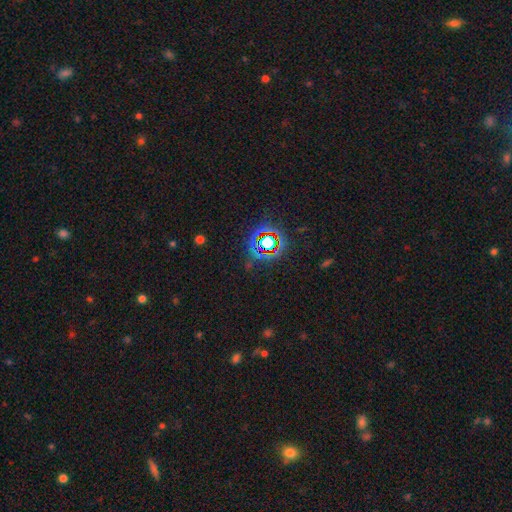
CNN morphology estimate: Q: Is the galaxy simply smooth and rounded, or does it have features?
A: star or artifact — 64%.